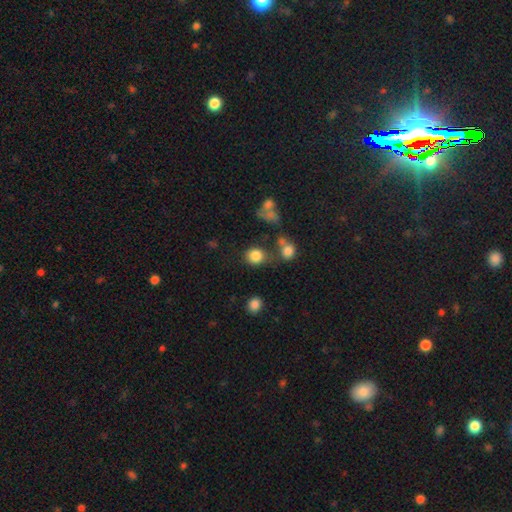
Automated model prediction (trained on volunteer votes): This appears to be a smooth galaxy with no disk features (83%) that is round (78%). Merging: none (66%).